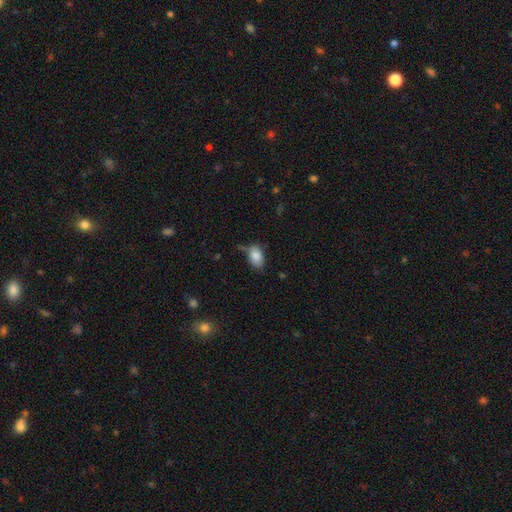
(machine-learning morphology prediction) Smooth or featured? Predicted: smooth (p=0.86). How rounded? Predicted: in between (p=0.89). Merging? Predicted: none (p=0.61).